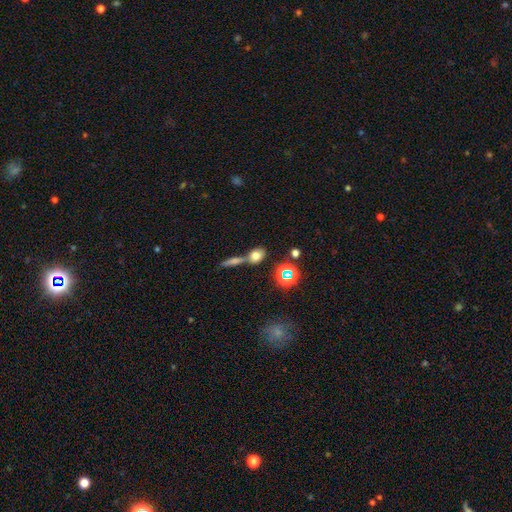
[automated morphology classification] type=smooth (69%); roundness=in between (59%); merging=none (50%).